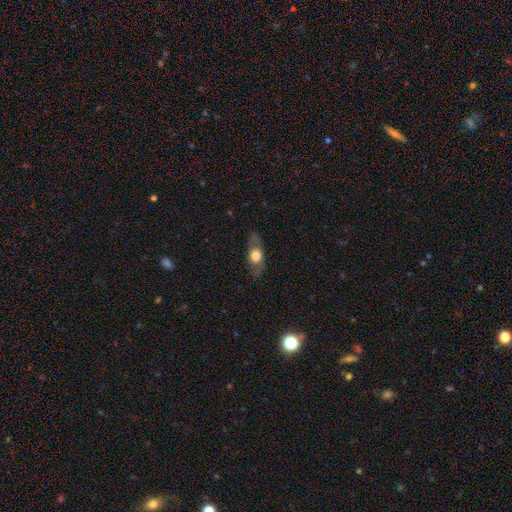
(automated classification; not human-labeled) This is possibly a smooth galaxy (52%). How rounded: likely in between (67%). Merging: likely none (78%).